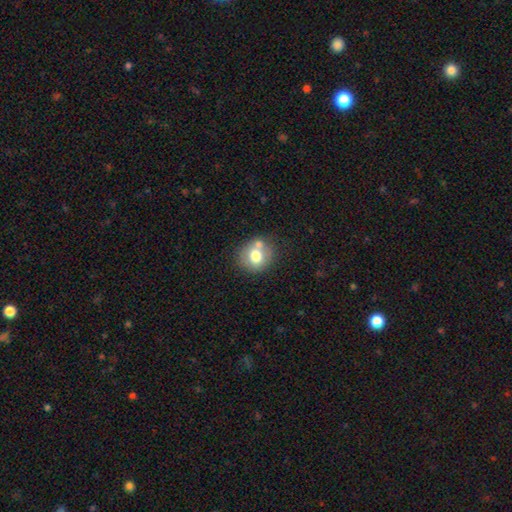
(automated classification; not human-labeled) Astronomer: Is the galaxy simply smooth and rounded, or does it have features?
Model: smooth — 70%.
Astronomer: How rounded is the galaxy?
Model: round — 80%.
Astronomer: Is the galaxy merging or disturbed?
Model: none — 57%.